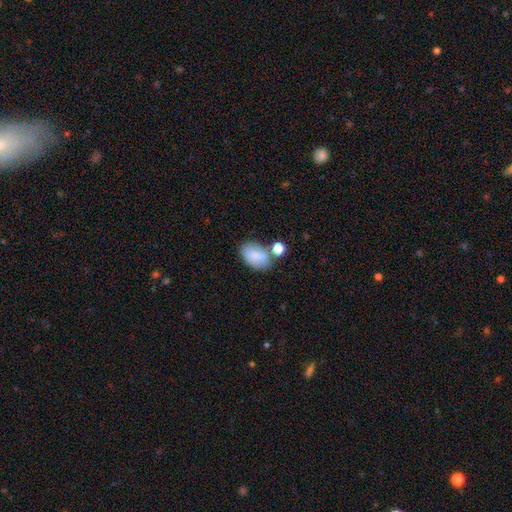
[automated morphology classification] Smooth or featured: smooth — 82% (featured or disk — 11%)
How rounded: in between — 89% (round — 10%)
Merging: none — 55% (merger — 21%)